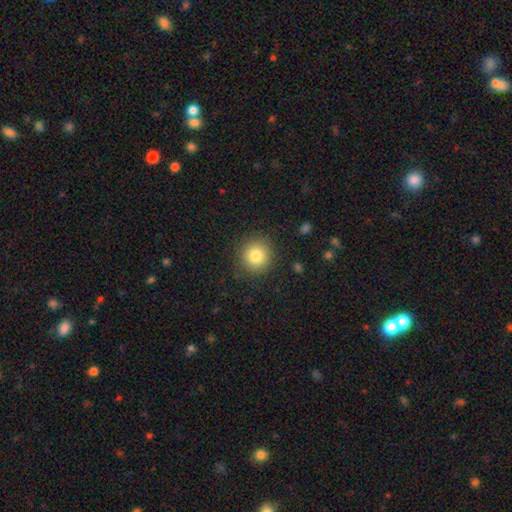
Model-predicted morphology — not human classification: This appears to be a smooth galaxy with no disk features (82%) that is round (92%). Merging: none (88%).